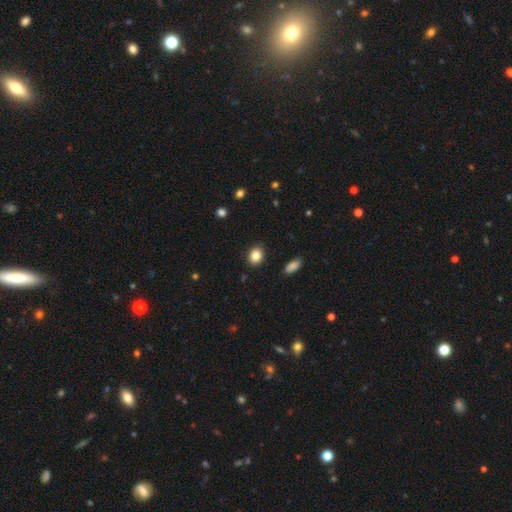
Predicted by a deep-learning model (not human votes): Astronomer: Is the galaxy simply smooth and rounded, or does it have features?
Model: smooth — 85%.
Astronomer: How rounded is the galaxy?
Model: in between — 54% (runner-up: round, 45%).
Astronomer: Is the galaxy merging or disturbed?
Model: none — 88%.